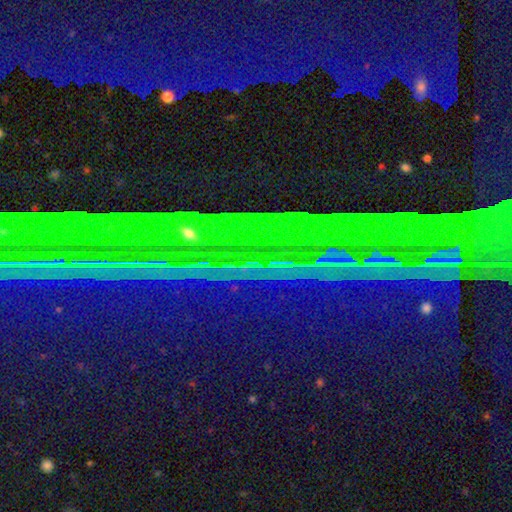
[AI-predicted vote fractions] Morphology: type=star or artifact (87%).